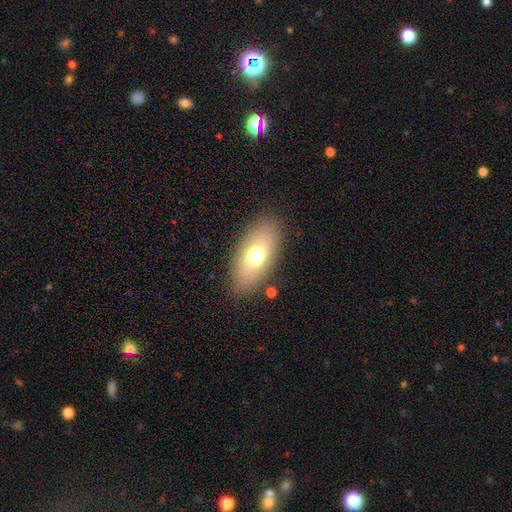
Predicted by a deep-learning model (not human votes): smooth 68%, featured or disk 23%, star or artifact 10%. Down the decision tree: how rounded — in between (89%); merging — none (85%).